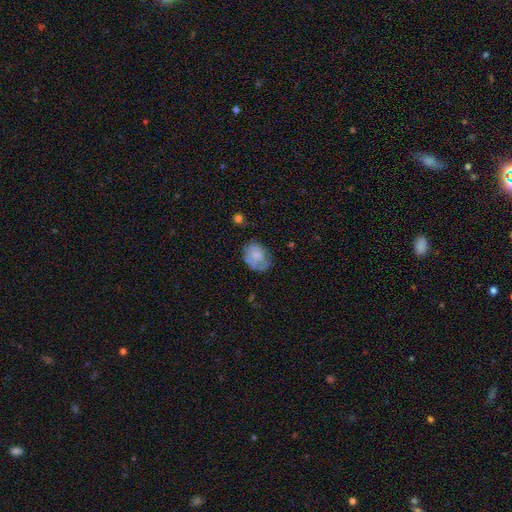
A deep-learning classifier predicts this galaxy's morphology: Overall: smooth (60%; featured or disk 32%). How rounded: in between (58%; round 42%). Merging: none (55%; minor disturbance 28%).